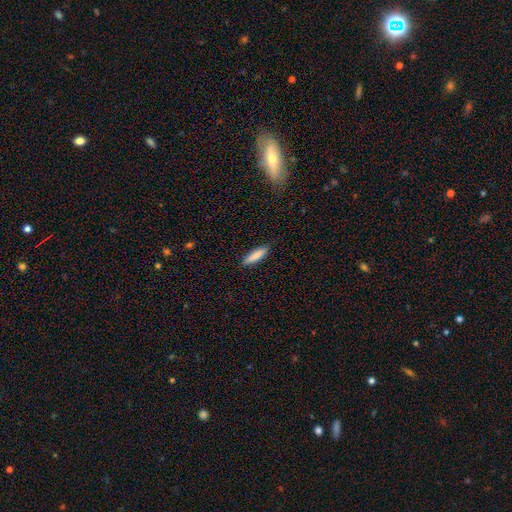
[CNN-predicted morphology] Smooth or featured? smooth (84%)
How rounded? cigar-shaped (70%)
Merging? none (87%)